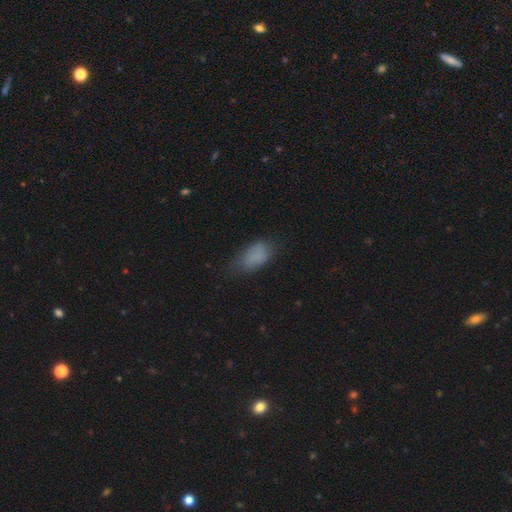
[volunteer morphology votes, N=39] type=smooth (87%); roundness=in between (88%); merging=none (75%).